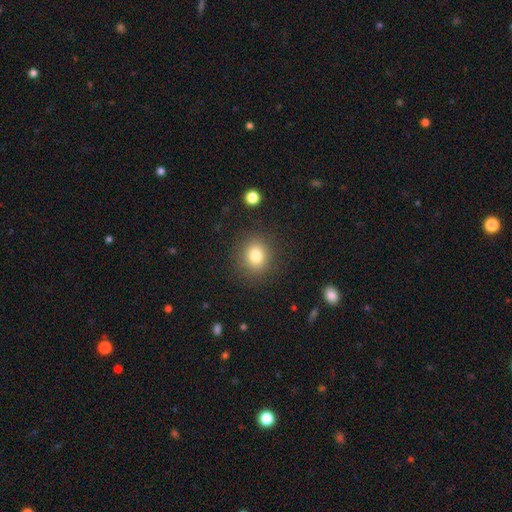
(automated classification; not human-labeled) smooth-or-featured: smooth: 80% | star or artifact: 12% | featured or disk: 8%
  how-rounded: round: 77% | in between: 23% | cigar-shaped: 1%
  merging: none: 87% | minor disturbance: 8% | major disturbance: 4% | merger: 2%